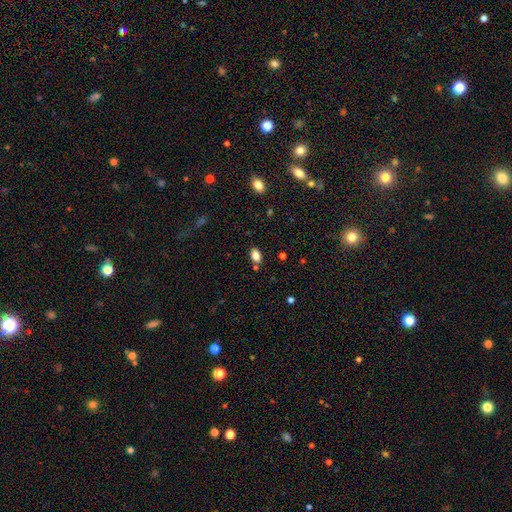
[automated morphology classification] smooth_or_featured: smooth (p=0.83) [alt: star or artifact p=0.11]
how_rounded: in between (p=0.87) [alt: round p=0.11]
merging: none (p=0.79) [alt: minor disturbance p=0.11]